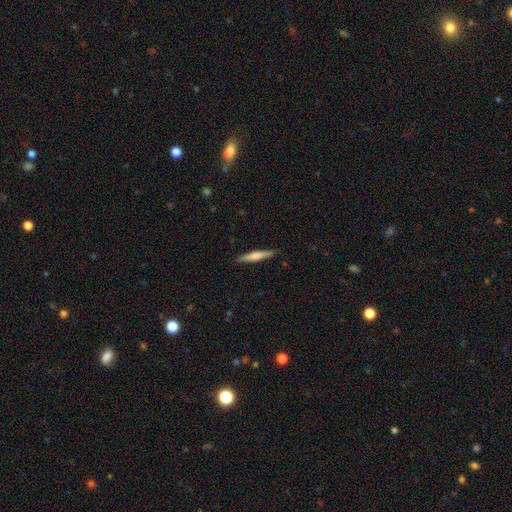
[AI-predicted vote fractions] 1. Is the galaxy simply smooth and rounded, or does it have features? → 60% smooth, 34% featured or disk, 6% star or artifact.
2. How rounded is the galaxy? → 92% cigar-shaped, 6% in between, 1% round.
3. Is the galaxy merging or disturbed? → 90% none, 8% minor disturbance, 2% major disturbance, 1% merger.